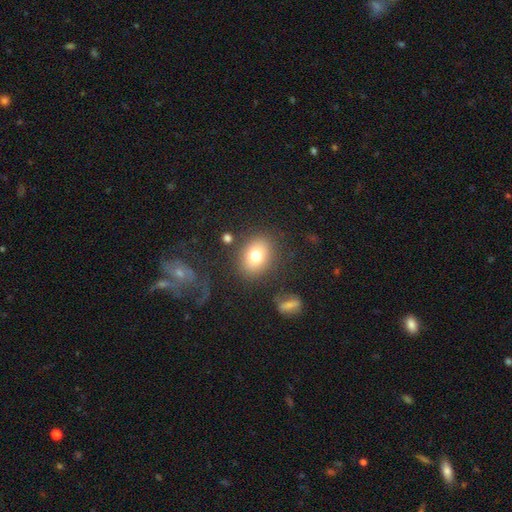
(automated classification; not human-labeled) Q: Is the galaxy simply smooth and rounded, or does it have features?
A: smooth — 75%.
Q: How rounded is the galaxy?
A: in between — 54%.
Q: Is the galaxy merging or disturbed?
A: none — 81%.